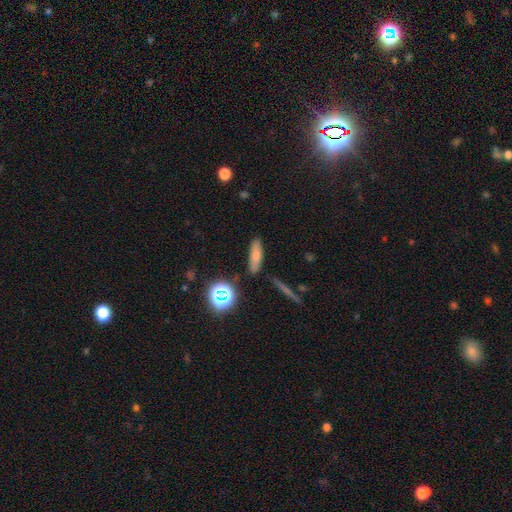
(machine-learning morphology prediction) Smooth or featured? Predicted: smooth (p=0.73). How rounded? Predicted: cigar-shaped (p=0.54). Merging? Predicted: none (p=0.82).